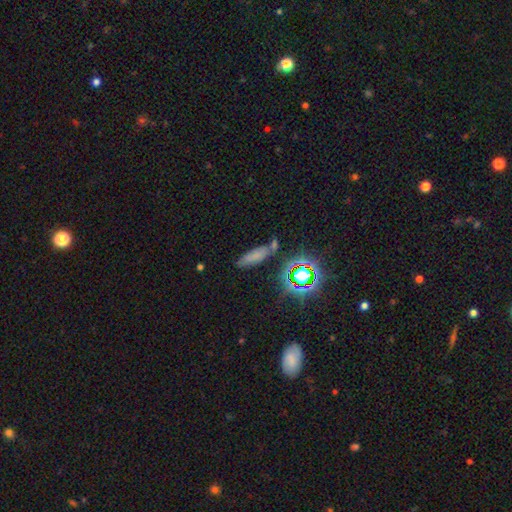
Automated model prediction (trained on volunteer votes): This appears to be a smooth galaxy with no disk features (60%) that is cigar-shaped (52%). Merging: none (65%).